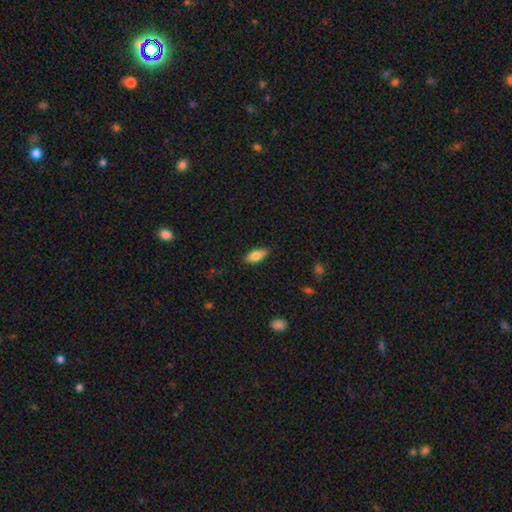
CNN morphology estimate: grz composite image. It shows a smooth galaxy with no disk features (76%) that is in between round and cigar-shaped (80%). Merging: none (84%).